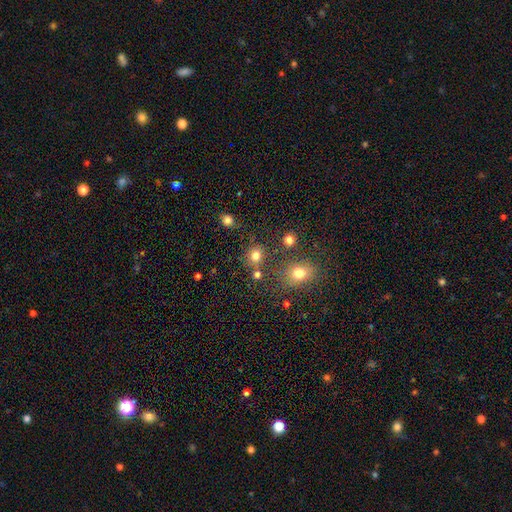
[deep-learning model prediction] Smooth or featured? smooth (77%)
How rounded? round (79%)
Merging? none (73%)